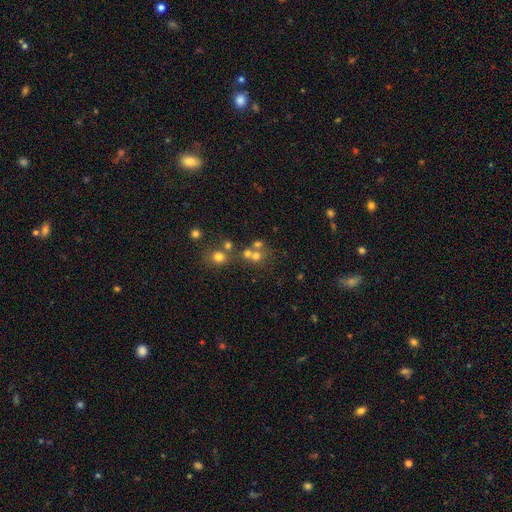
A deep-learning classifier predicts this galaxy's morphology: Smooth or featured: smooth — 61% (star or artifact — 21%)
How rounded: round — 84% (in between — 14%)
Merging: none — 46% (merger — 41%)